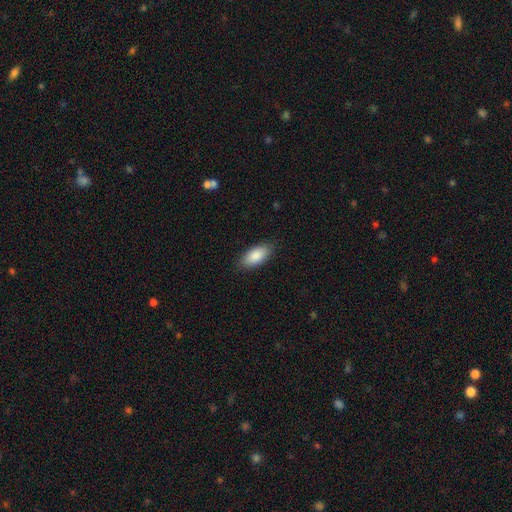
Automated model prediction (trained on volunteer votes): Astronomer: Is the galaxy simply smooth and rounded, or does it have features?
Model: smooth — 88%.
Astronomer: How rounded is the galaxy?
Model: in between — 91%.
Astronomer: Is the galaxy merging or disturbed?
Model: none — 86%.